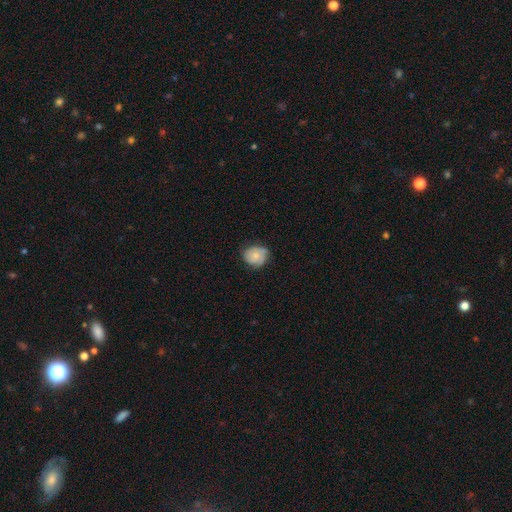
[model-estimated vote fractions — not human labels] smooth_or_featured: smooth (p=0.68) [alt: featured or disk p=0.24]
how_rounded: round (p=0.70) [alt: in between p=0.29]
merging: none (p=0.67) [alt: minor disturbance p=0.27]